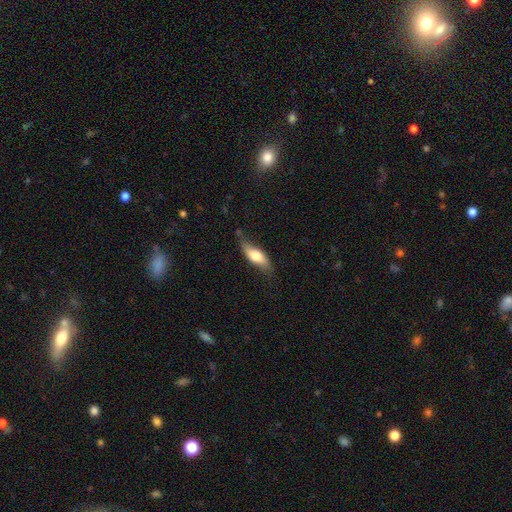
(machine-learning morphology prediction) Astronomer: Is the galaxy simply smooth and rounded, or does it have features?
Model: smooth — 59% (runner-up: featured or disk, 35%).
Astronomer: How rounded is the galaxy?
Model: in between — 67%.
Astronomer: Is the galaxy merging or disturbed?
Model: none — 60%.